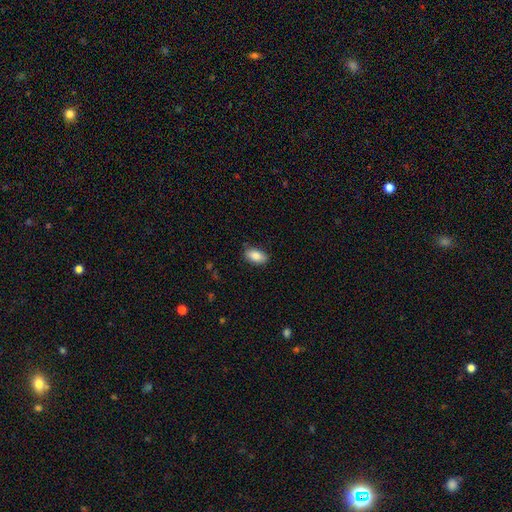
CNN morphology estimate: This appears to be a smooth galaxy with no disk features (87%) that is in between round and cigar-shaped (92%). Merging: none (84%).